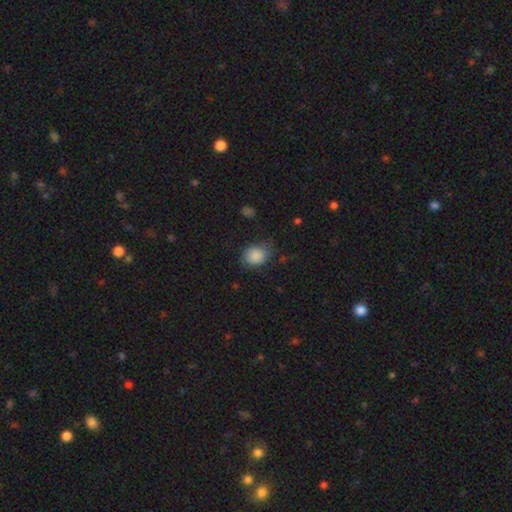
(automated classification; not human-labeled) This is clearly a smooth galaxy (84%). How rounded: possibly round (50%). Merging: possibly none (60%).